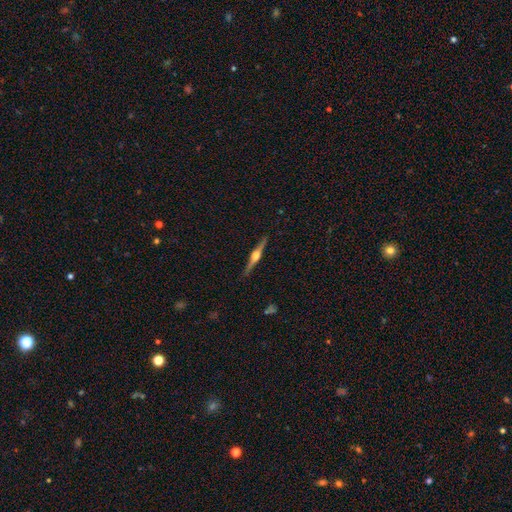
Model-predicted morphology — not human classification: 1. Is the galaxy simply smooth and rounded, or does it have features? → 83% featured or disk, 11% smooth, 5% star or artifact.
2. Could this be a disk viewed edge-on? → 98% yes, 2% no.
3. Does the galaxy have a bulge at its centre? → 93% rounded, 5% boxy, 2% none.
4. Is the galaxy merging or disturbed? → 90% none, 7% minor disturbance, 1% major disturbance, 1% merger.